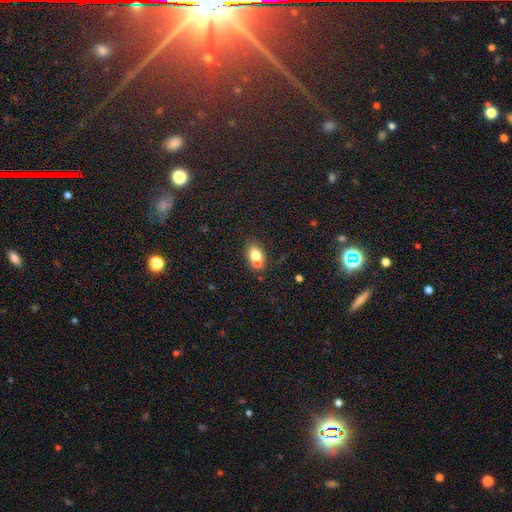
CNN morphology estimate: The model was most divided on "merging": merger: 48%, none: 38%, minor disturbance: 10%, major disturbance: 3%. More confident: smooth or featured — smooth (73%); how rounded — in between (72%).